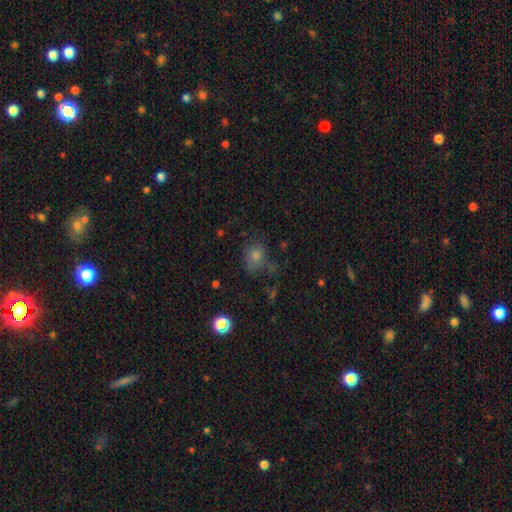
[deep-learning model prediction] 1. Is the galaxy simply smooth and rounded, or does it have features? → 61% smooth, 24% star or artifact, 15% featured or disk.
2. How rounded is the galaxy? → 63% round, 35% in between, 1% cigar-shaped.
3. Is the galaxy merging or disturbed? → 58% none, 22% minor disturbance, 14% major disturbance, 6% merger.